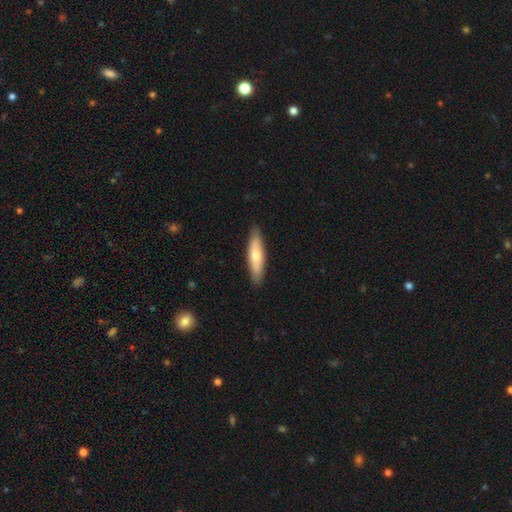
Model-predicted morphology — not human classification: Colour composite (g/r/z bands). It shows a smooth galaxy with no disk features (66%) that is cigar-shaped (73%). Merging: none (89%).